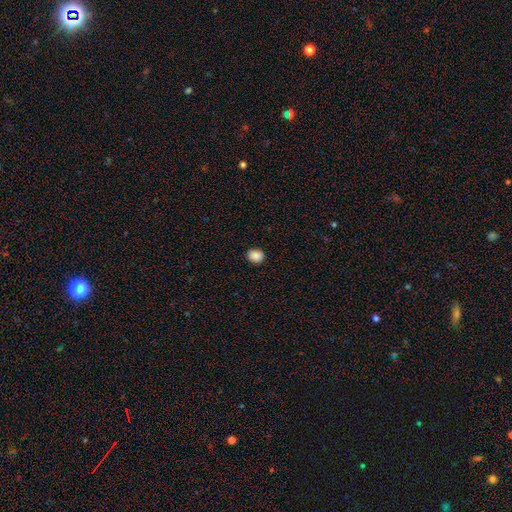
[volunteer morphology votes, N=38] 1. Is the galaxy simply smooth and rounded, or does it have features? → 89% smooth, 8% star or artifact, 3% featured or disk.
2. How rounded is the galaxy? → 76% round, 24% in between, 0% cigar-shaped.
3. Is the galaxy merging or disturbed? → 94% none, 3% minor disturbance, 3% major disturbance, 0% merger.